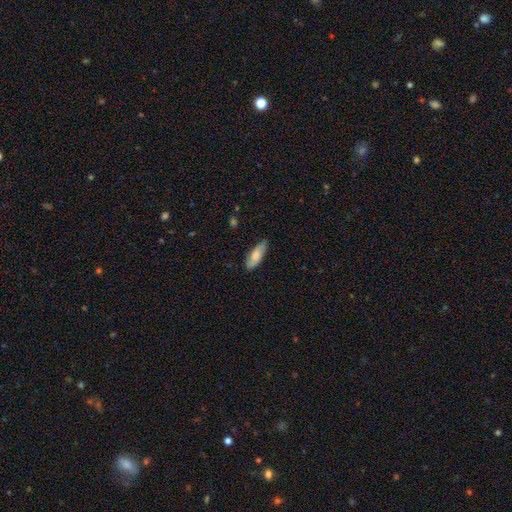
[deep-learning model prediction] Smooth or featured: smooth — 74% (featured or disk — 20%)
How rounded: in between — 71% (cigar-shaped — 27%)
Merging: none — 78% (minor disturbance — 18%)